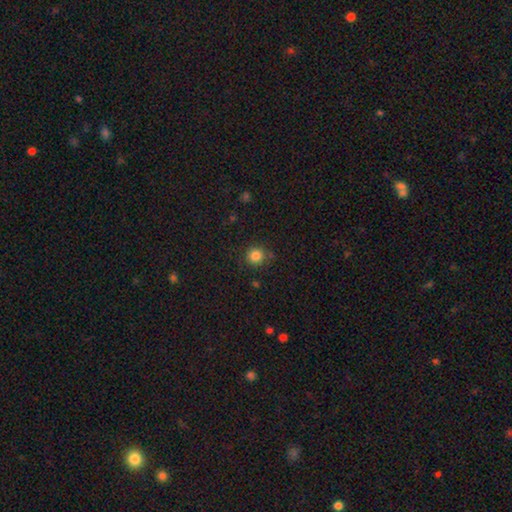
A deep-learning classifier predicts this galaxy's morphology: smooth-or-featured: smooth: 84% | star or artifact: 12% | featured or disk: 5%
  how-rounded: round: 93% | in between: 6% | cigar-shaped: 1%
  merging: none: 84% | minor disturbance: 10% | merger: 3% | major disturbance: 3%